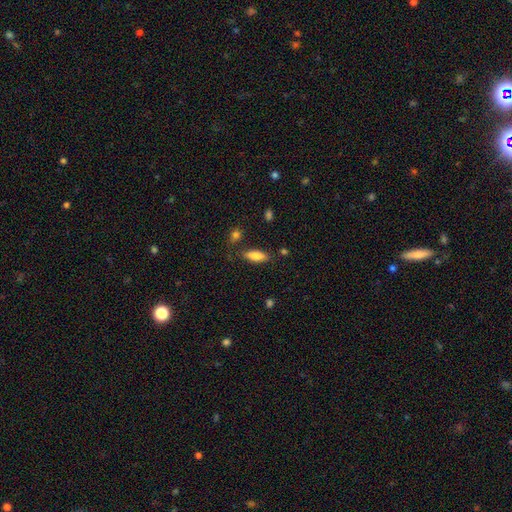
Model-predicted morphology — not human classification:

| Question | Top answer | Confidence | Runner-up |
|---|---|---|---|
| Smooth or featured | smooth | 79% | featured or disk (14%) |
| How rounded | in between | 65% | cigar-shaped (33%) |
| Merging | none | 79% | minor disturbance (13%) |